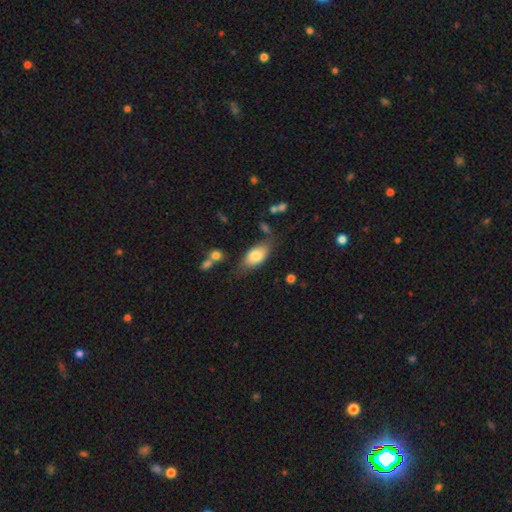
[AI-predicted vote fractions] Smooth or featured: smooth — 78% (featured or disk — 15%)
How rounded: in between — 92% (round — 4%)
Merging: none — 66% (minor disturbance — 22%)